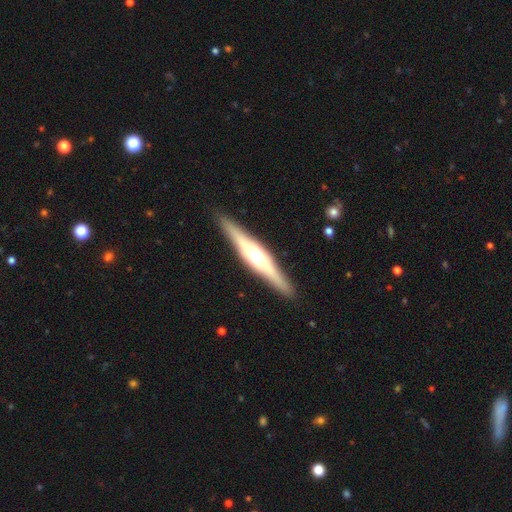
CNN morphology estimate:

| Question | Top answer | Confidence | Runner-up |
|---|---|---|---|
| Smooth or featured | featured or disk | 75% | smooth (20%) |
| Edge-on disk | yes | 97% | no (3%) |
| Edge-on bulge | rounded | 80% | boxy (16%) |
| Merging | none | 90% | minor disturbance (7%) |